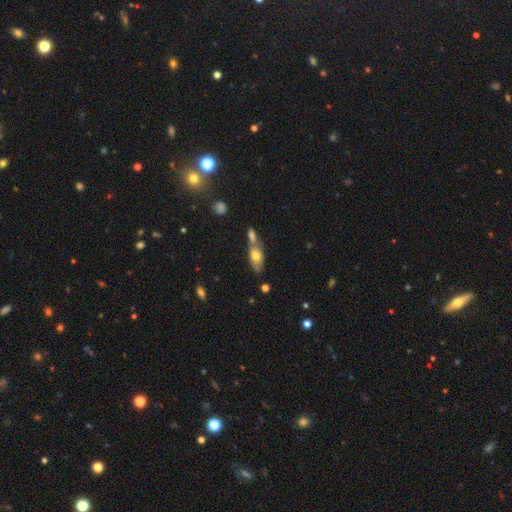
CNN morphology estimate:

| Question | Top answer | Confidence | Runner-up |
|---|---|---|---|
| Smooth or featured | smooth | 69% | featured or disk (23%) |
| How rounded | in between | 83% | cigar-shaped (12%) |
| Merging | merger | 45% | none (39%) |